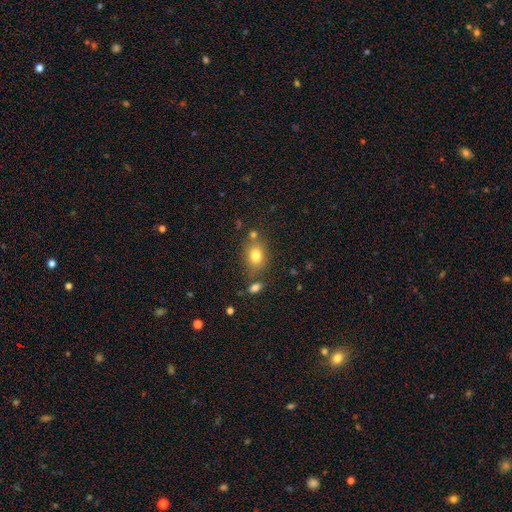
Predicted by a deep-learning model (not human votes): Smooth or featured?
  - smooth: 79% *
  - star or artifact: 11%
  - featured or disk: 10%
How rounded?
  - in between: 63% *
  - round: 35%
  - cigar-shaped: 1%
Merging?
  - none: 69% *
  - minor disturbance: 14%
  - merger: 12%
  - major disturbance: 5%